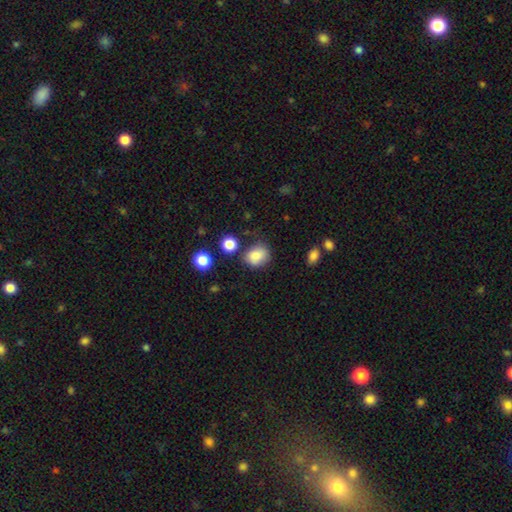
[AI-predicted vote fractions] smooth 83%, star or artifact 10%, featured or disk 7%. Down the decision tree: how rounded — round (57%); merging — none (67%).